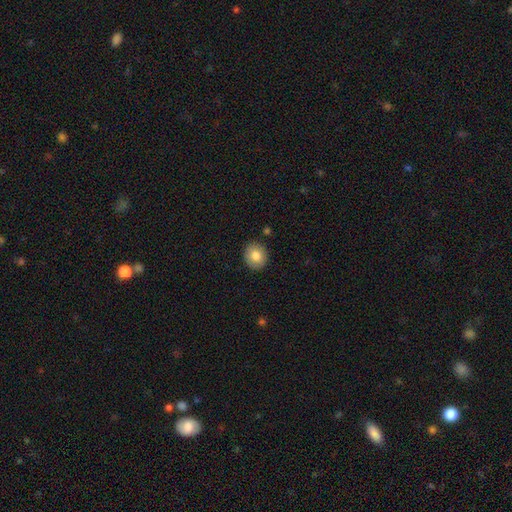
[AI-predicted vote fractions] This appears to be a smooth galaxy with no disk features (82%) that is round (73%). Merging: none (89%).